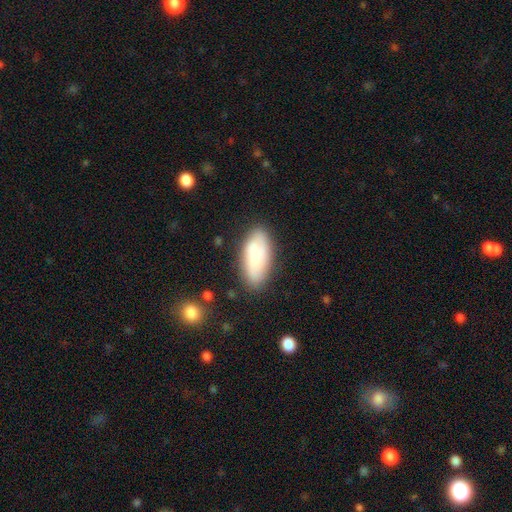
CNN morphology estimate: Overall: smooth (79%). How rounded: in between (85%). Merging: none (81%).